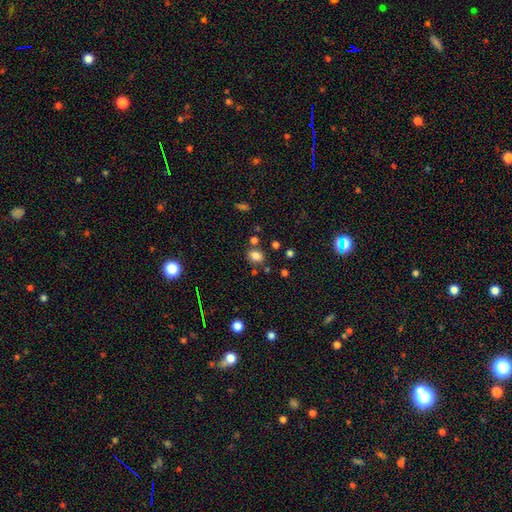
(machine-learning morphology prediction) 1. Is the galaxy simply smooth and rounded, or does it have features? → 80% smooth, 14% star or artifact, 6% featured or disk.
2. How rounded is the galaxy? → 54% in between, 45% round, 1% cigar-shaped.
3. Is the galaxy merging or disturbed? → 74% none, 12% minor disturbance, 10% merger, 4% major disturbance.